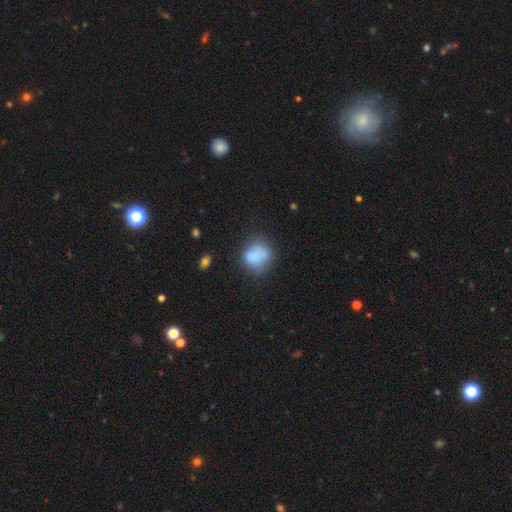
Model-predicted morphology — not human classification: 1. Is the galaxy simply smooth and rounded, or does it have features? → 82% smooth, 9% star or artifact, 9% featured or disk.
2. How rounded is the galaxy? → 67% round, 32% in between, 1% cigar-shaped.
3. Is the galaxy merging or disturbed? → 61% none, 24% minor disturbance, 10% major disturbance, 5% merger.